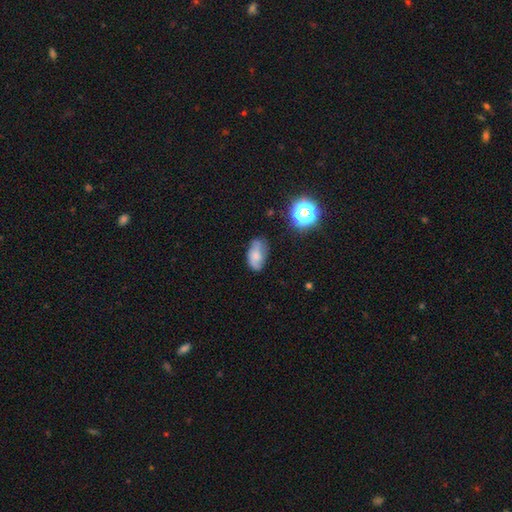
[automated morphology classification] The model was most divided on "smooth or featured": smooth: 56%, featured or disk: 33%, star or artifact: 11%. More confident: how rounded — in between (89%); merging — none (58%).